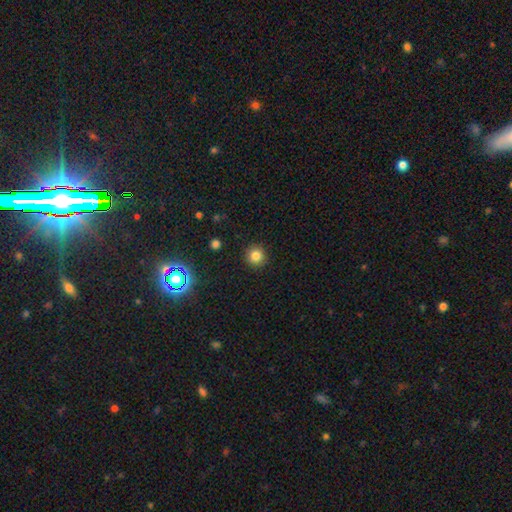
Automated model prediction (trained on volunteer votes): Overall: smooth (81%). How rounded: round (95%). Merging: none (92%).